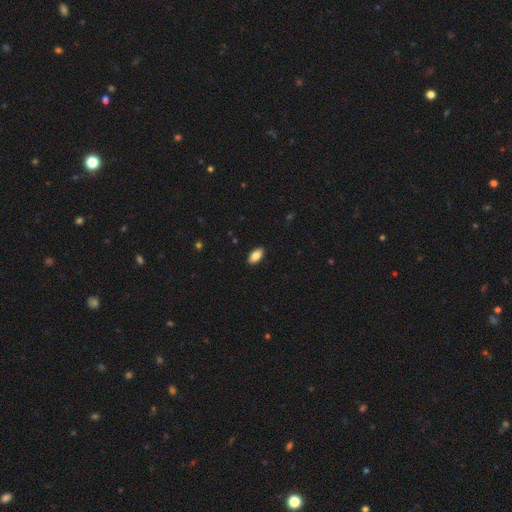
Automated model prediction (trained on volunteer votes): Morphology: type=smooth (85%); roundness=in between (94%); merging=none (90%).